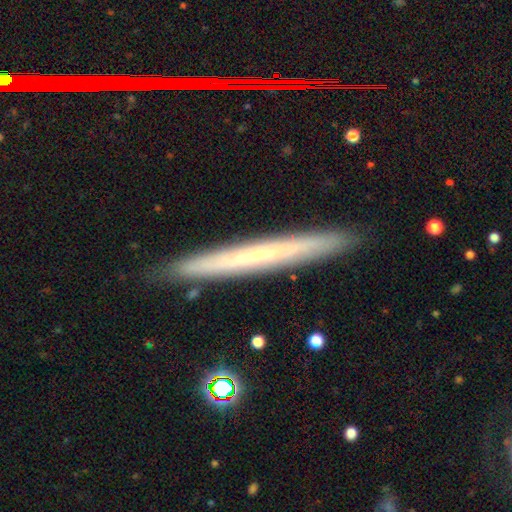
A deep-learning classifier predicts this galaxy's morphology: A featured or disk galaxy (52%) viewed edge-on (91%). Merging: none (89%).